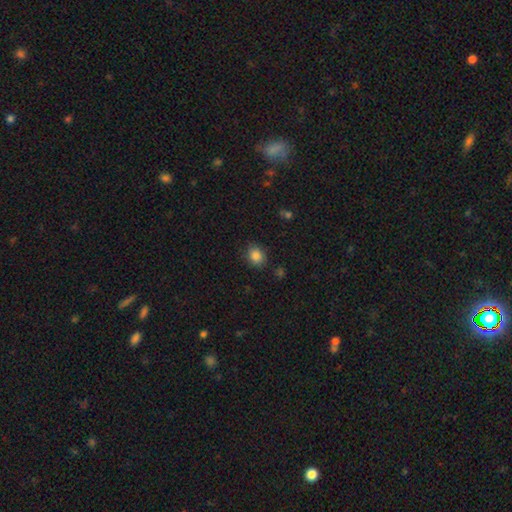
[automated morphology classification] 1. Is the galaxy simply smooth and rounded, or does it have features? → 85% smooth, 10% star or artifact, 5% featured or disk.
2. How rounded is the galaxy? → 55% round, 44% in between, 1% cigar-shaped.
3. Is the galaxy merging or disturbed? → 83% none, 12% minor disturbance, 3% major disturbance, 2% merger.